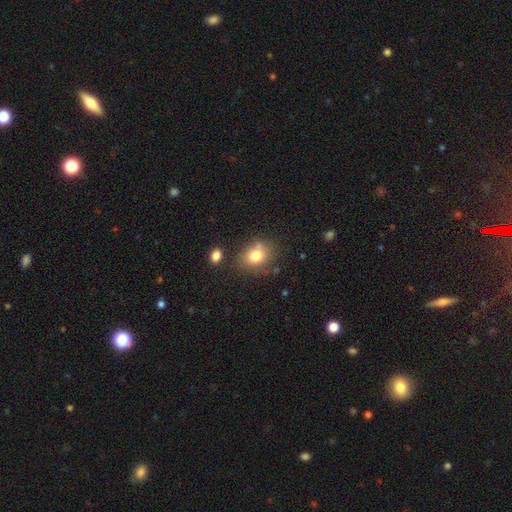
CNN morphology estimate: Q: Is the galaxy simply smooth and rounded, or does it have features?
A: smooth — 77%.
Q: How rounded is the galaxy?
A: round — 50%.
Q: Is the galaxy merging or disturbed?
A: none — 65%.